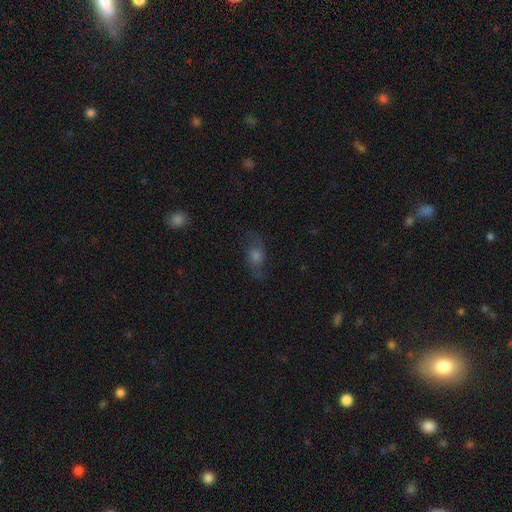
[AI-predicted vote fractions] Morphology: type=featured or disk (56%); edge-on=no (90%); bar=no (71%); spiral arms=yes (87%); bulge=moderate (47%); merging=none (74%).